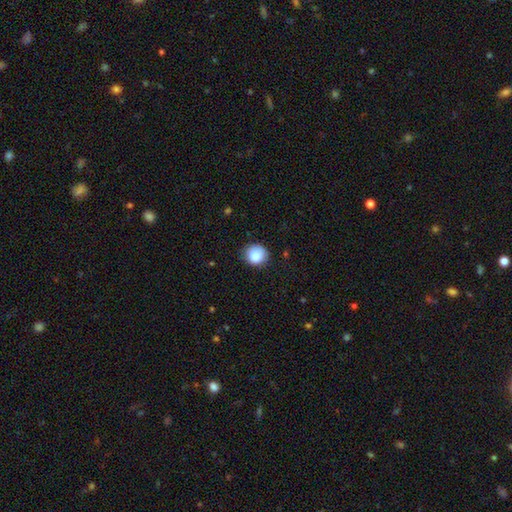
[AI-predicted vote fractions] A smooth galaxy with no disk features (86%) that is round (87%). Merging: none (82%).